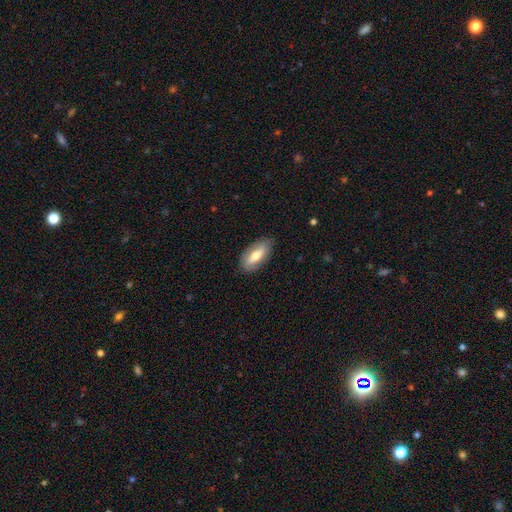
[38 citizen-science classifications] Morphology: type=smooth (63%); roundness=in between (96%); merging=none (89%).